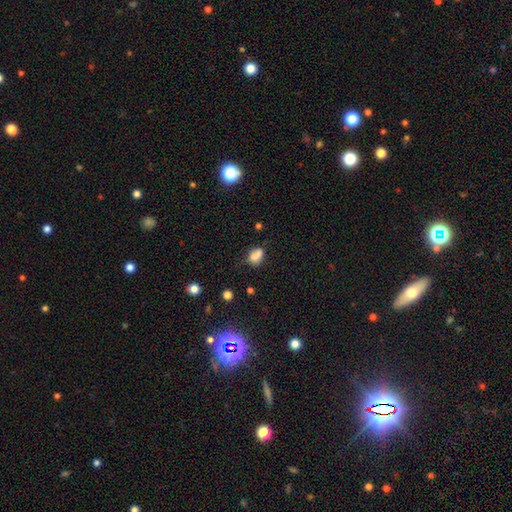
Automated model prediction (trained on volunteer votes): Smooth or featured? Predicted: smooth (p=0.75). How rounded? Predicted: in between (p=0.68). Merging? Predicted: none (p=0.41).